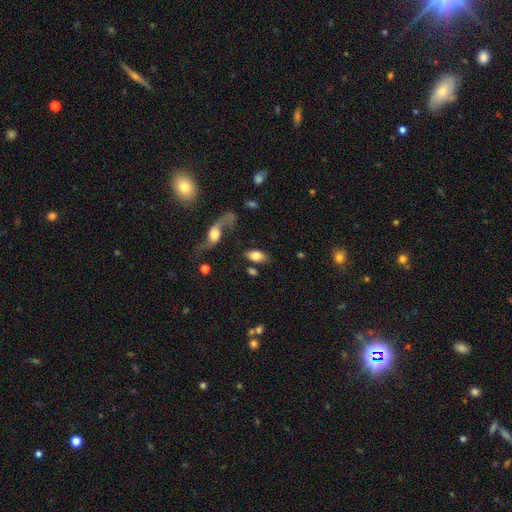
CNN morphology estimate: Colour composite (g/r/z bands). It shows a smooth galaxy with no disk features (75%) that is in between round and cigar-shaped (91%). Merging: none (72%).